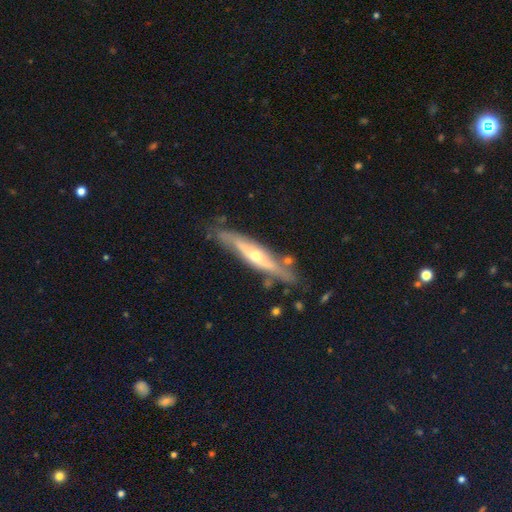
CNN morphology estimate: Overall: featured or disk (69%). Edge-on disk: yes (74%). Edge-on bulge: rounded (85%). Merging: none (73%).